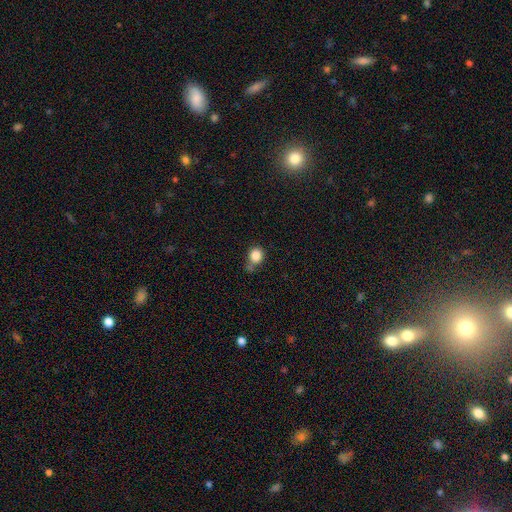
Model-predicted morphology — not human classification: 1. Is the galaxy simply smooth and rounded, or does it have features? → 85% smooth, 10% star or artifact, 5% featured or disk.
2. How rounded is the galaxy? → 81% round, 18% in between, 1% cigar-shaped.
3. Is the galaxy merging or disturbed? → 58% none, 20% minor disturbance, 16% merger, 6% major disturbance.